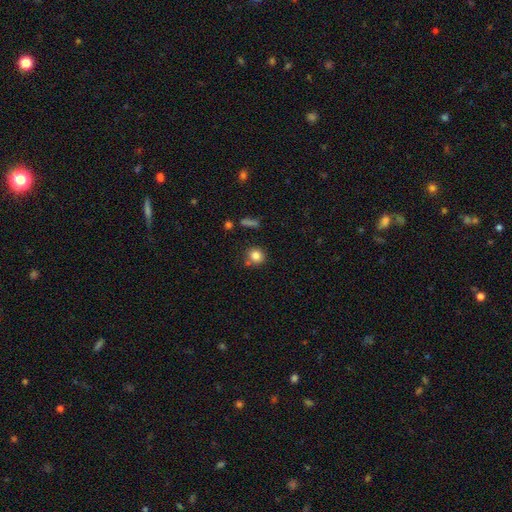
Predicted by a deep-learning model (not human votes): Q: Smooth or featured?
A: smooth (82%); runner-up: star or artifact (11%)
Q: How rounded?
A: round (86%); runner-up: in between (13%)
Q: Merging?
A: none (76%); runner-up: minor disturbance (12%)